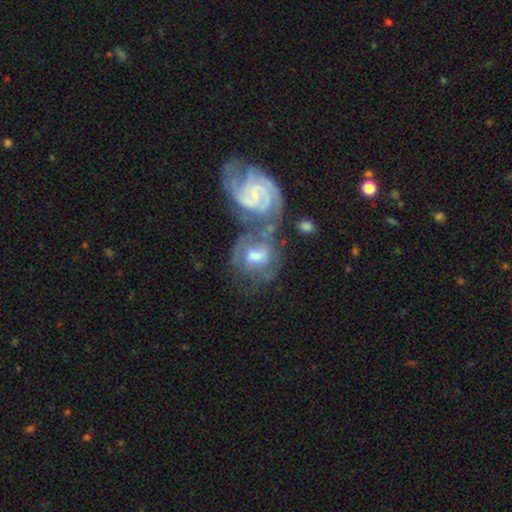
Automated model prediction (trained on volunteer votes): smooth-or-featured: featured or disk: 75% | smooth: 19% | star or artifact: 6%
  disk-edge-on: no: 97% | yes: 3%
    bar: weak: 44% | no: 42% | strong: 14%
    has-spiral-arms: yes: 90% | no: 10%
      spiral-winding: tight: 55% | medium: 37% | loose: 8%
      spiral-arm-count: 2: 36% | can't tell: 29% | 3: 21% | 4: 5% | 1: 5% | more than 4: 4%
    bulge-size: small: 49% | moderate: 39% | none: 5% | large: 5% | dominant: 1%
  merging: merger: 63% | none: 20% | minor disturbance: 9% | major disturbance: 7%